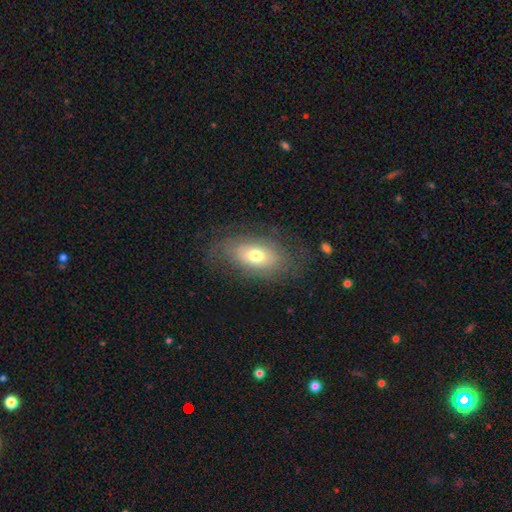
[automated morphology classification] smooth-or-featured: smooth: 57% | featured or disk: 34% | star or artifact: 9%
  how-rounded: in between: 88% | round: 9% | cigar-shaped: 3%
  merging: none: 69% | minor disturbance: 18% | major disturbance: 11% | merger: 1%